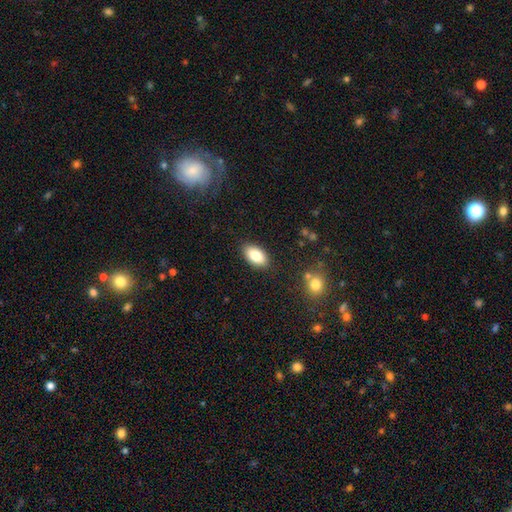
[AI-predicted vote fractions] Smooth or featured?
  - smooth: 85% *
  - featured or disk: 8%
  - star or artifact: 7%
How rounded?
  - in between: 94% *
  - round: 4%
  - cigar-shaped: 2%
Merging?
  - none: 87% *
  - minor disturbance: 9%
  - major disturbance: 2%
  - merger: 1%